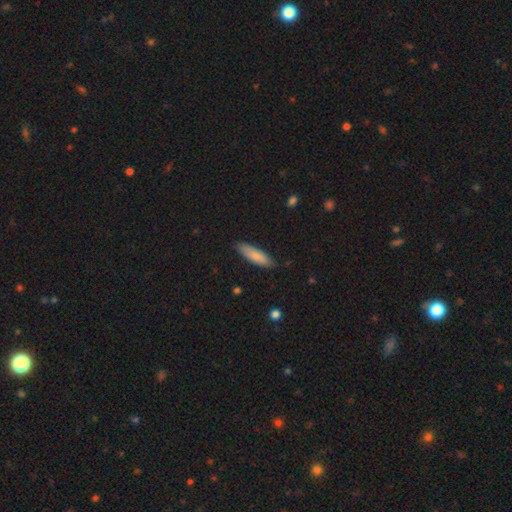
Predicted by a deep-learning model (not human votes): Overall: smooth (83%). How rounded: cigar-shaped (58%; in between 41%). Merging: none (84%).